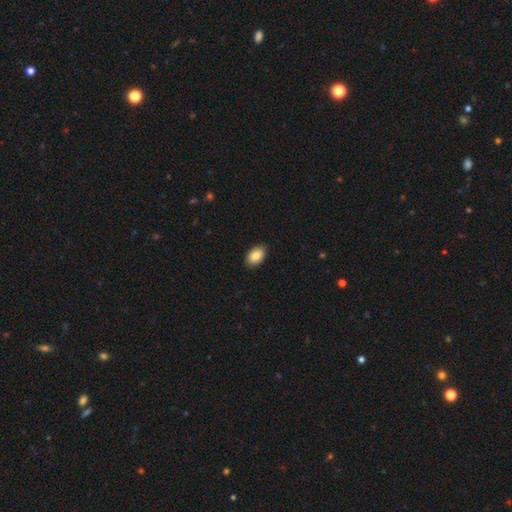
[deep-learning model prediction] Smooth or featured?
  - smooth: 84% *
  - featured or disk: 9%
  - star or artifact: 7%
How rounded?
  - in between: 92% *
  - round: 7%
  - cigar-shaped: 1%
Merging?
  - none: 87% *
  - minor disturbance: 10%
  - major disturbance: 2%
  - merger: 1%